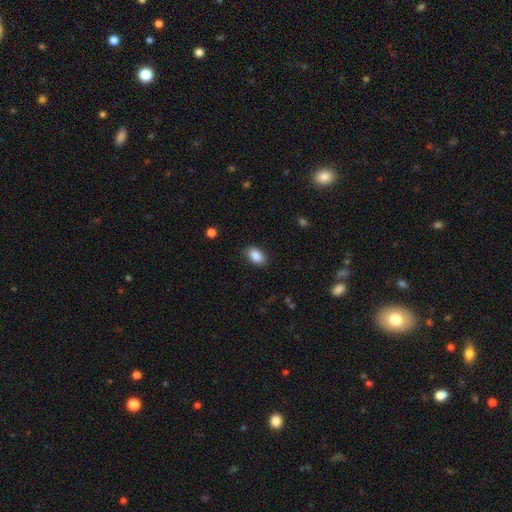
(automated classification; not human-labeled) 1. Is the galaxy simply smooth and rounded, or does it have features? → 87% smooth, 8% star or artifact, 5% featured or disk.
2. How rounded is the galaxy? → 89% in between, 9% round, 1% cigar-shaped.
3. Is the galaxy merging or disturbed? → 86% none, 11% minor disturbance, 3% major disturbance, 1% merger.